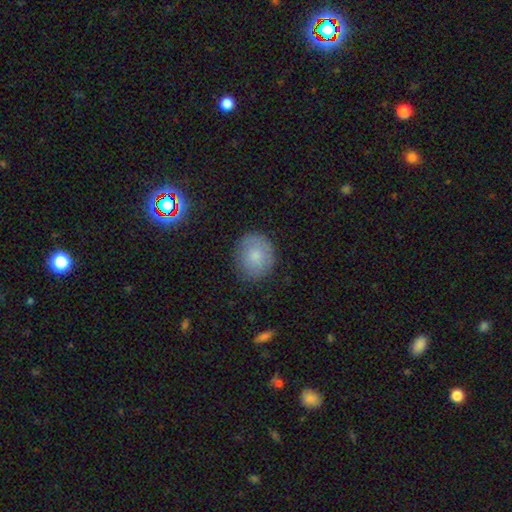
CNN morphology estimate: smooth_or_featured: smooth (p=0.76) [alt: featured or disk p=0.14]
how_rounded: round (p=0.74) [alt: in between p=0.25]
merging: none (p=0.81) [alt: minor disturbance p=0.14]